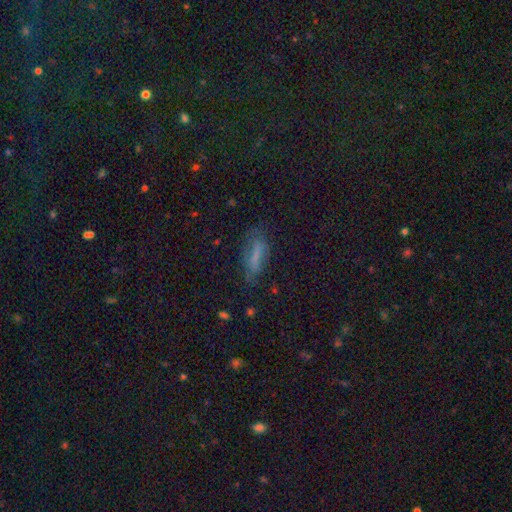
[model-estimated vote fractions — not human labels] Smooth or featured? smooth (57%)
How rounded? cigar-shaped (51%)
Merging? none (63%)